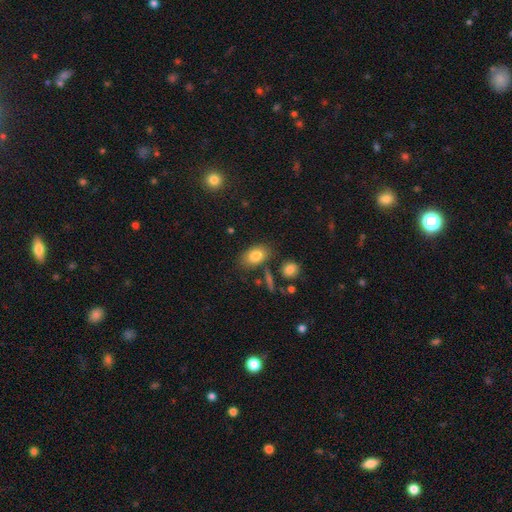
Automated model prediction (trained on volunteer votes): Smooth or featured: smooth — 81% (featured or disk — 11%)
How rounded: in between — 87% (round — 11%)
Merging: none — 73% (minor disturbance — 14%)